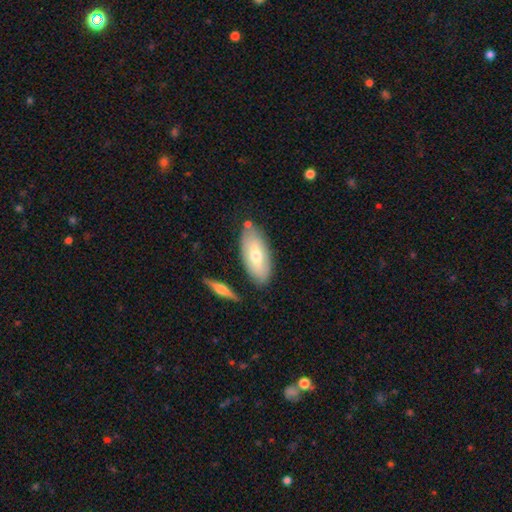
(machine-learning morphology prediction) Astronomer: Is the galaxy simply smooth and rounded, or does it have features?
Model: smooth — 61%.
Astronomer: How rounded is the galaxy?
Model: in between — 86%.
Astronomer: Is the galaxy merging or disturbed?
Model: none — 78%.